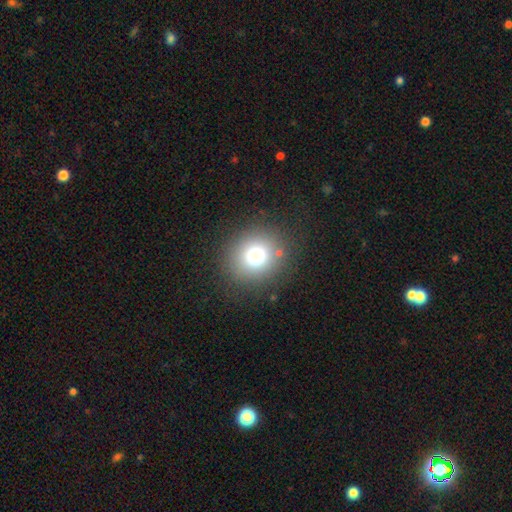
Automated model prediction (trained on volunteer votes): Morphology: type=smooth (73%); roundness=round (88%); merging=none (86%).